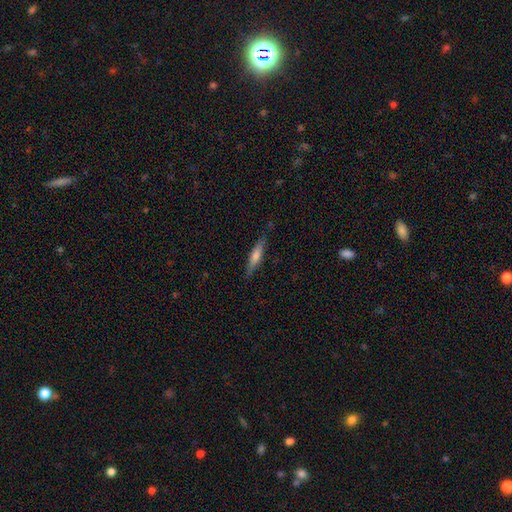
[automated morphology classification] Smooth or featured? Predicted: smooth (p=0.49). Merging? Predicted: none (p=0.85).